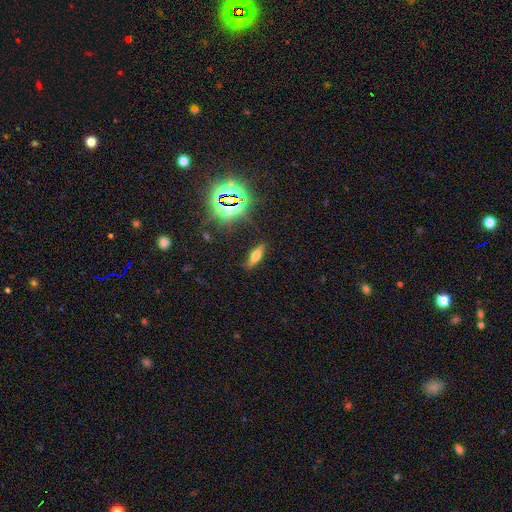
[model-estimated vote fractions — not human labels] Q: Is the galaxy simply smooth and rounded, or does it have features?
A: smooth — 56%.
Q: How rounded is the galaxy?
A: cigar-shaped — 55%.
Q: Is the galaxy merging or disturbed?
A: none — 84%.